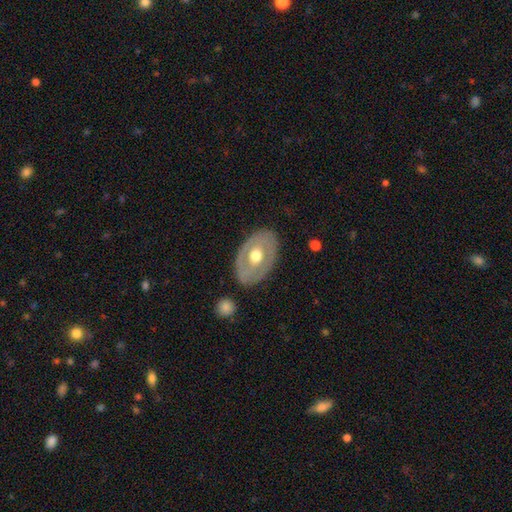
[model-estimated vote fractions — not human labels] smooth_or_featured: featured or disk (p=0.59) [alt: smooth p=0.36]
disk_edge_on: no (p=0.90) [alt: yes p=0.10]
bar: no (p=0.82) [alt: weak p=0.14]
has_spiral_arms: no (p=0.79) [alt: yes p=0.21]
bulge_size: moderate (p=0.75) [alt: large p=0.17]
merging: none (p=0.81) [alt: minor disturbance p=0.13]